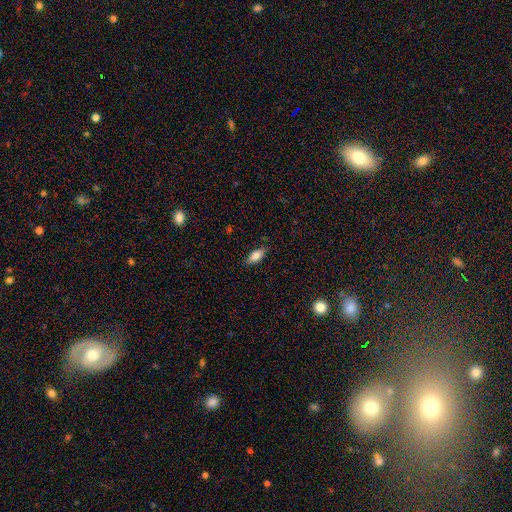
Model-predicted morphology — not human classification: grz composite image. It shows a smooth galaxy with no disk features (80%) that is in between round and cigar-shaped (81%). Merging: none (82%).